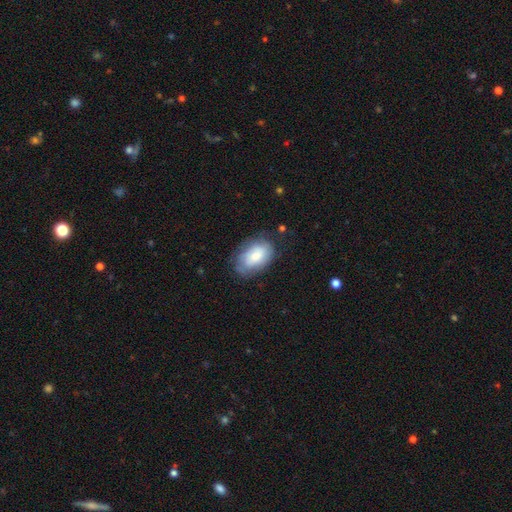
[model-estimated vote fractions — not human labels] The model was most divided on "smooth or featured": smooth: 67%, featured or disk: 26%, star or artifact: 7%. More confident: how rounded — in between (91%); merging — none (66%).